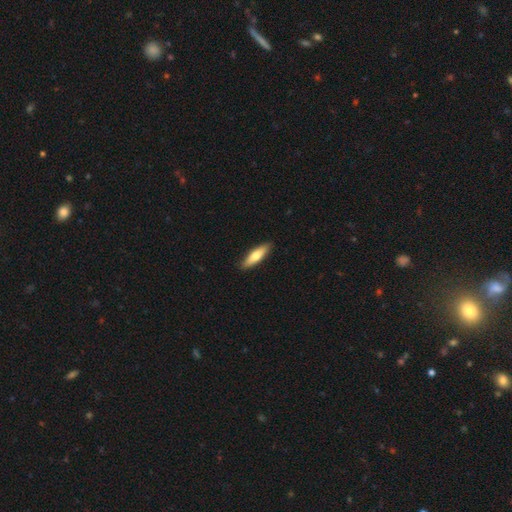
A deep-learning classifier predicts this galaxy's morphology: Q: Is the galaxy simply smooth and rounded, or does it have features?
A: smooth — 68%.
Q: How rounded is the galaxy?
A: cigar-shaped — 63%.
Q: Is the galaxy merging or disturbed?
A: none — 89%.